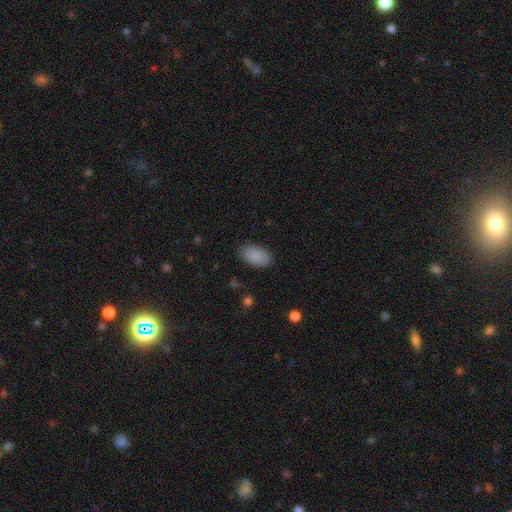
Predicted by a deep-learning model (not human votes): A smooth galaxy with no disk features (89%) that is in between round and cigar-shaped (93%).

Vote fractions:
- Smooth or featured? smooth: 89% / star or artifact: 7% / featured or disk: 4%
- How rounded? in between: 93% / round: 6% / cigar-shaped: 1%
- Merging? none: 85% / minor disturbance: 11% / major disturbance: 3% / merger: 1%